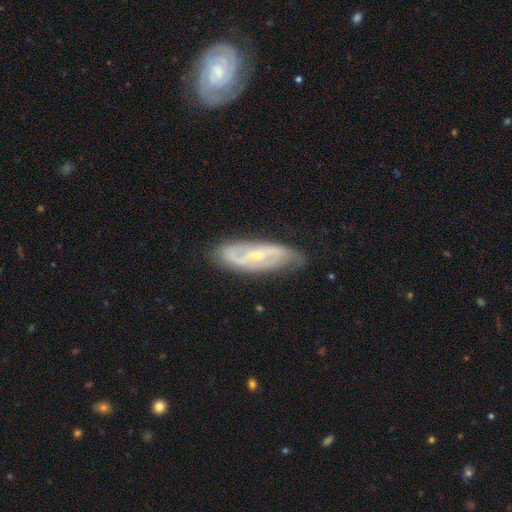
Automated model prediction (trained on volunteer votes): Morphology: type=featured or disk (80%); edge-on=no (86%); bar=weak (42%); spiral arms=yes (90%); winding=medium (43%); arm count=2 (75%); bulge=small (59%); merging=none (75%).